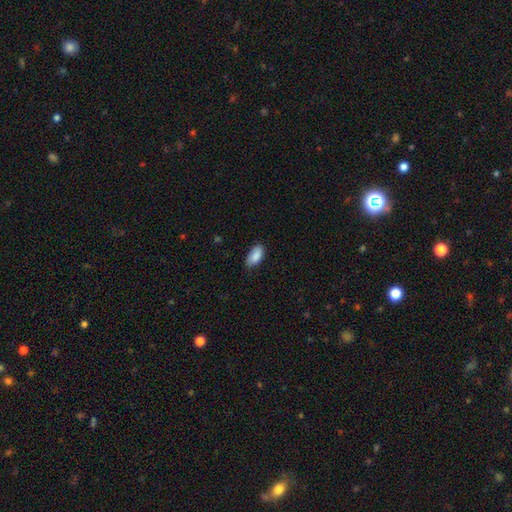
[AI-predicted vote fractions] Q: Smooth or featured?
A: smooth (88%); runner-up: star or artifact (7%)
Q: How rounded?
A: in between (92%); runner-up: cigar-shaped (6%)
Q: Merging?
A: none (75%); runner-up: minor disturbance (20%)